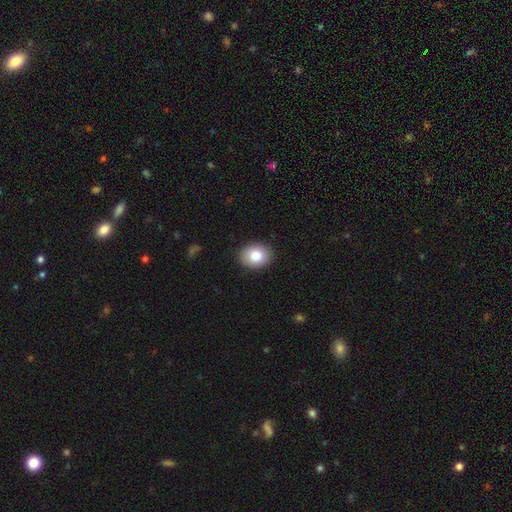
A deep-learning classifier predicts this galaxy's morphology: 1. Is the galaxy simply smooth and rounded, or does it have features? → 84% smooth, 8% featured or disk, 8% star or artifact.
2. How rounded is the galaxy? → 58% in between, 41% round, 1% cigar-shaped.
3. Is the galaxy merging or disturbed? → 89% none, 8% minor disturbance, 2% major disturbance, 1% merger.